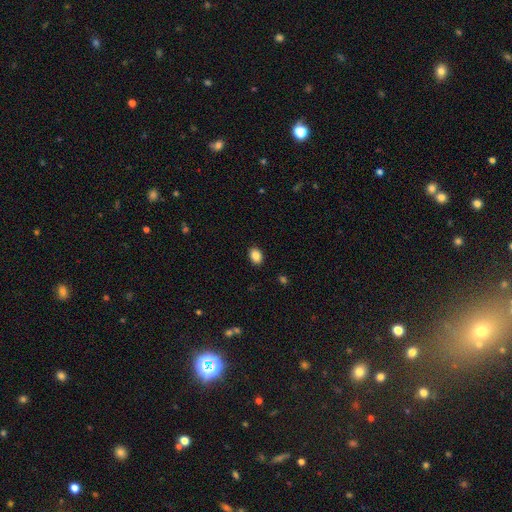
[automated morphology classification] A smooth galaxy with no disk features (87%) that is in between round and cigar-shaped (71%). Merging: none (90%).